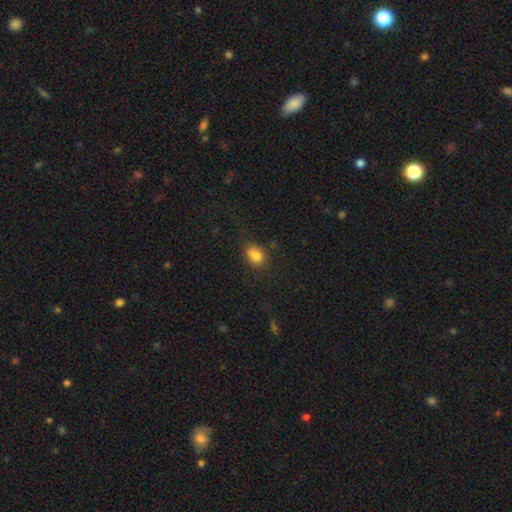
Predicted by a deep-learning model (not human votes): Q: Smooth or featured?
A: smooth (80%); runner-up: star or artifact (12%)
Q: How rounded?
A: in between (64%); runner-up: round (35%)
Q: Merging?
A: none (65%); runner-up: minor disturbance (22%)